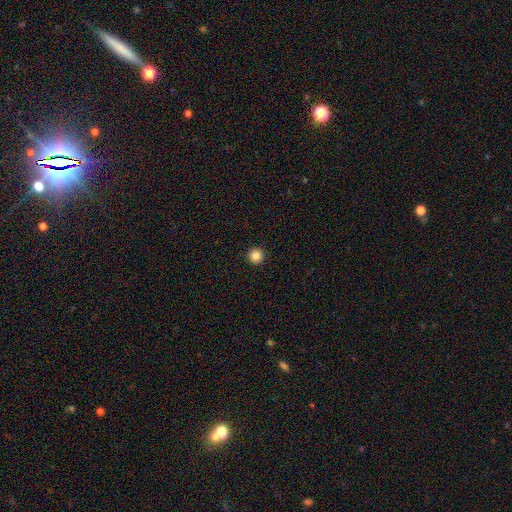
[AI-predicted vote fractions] smooth 85%, star or artifact 11%, featured or disk 4%. Down the decision tree: how rounded — round (97%); merging — none (94%).